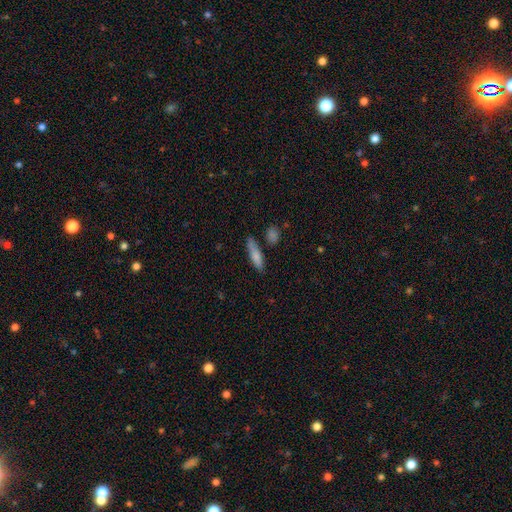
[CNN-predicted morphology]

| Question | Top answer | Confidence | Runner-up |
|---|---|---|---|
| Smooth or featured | smooth | 73% | featured or disk (20%) |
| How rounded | cigar-shaped | 73% | in between (24%) |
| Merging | none | 73% | minor disturbance (16%) |